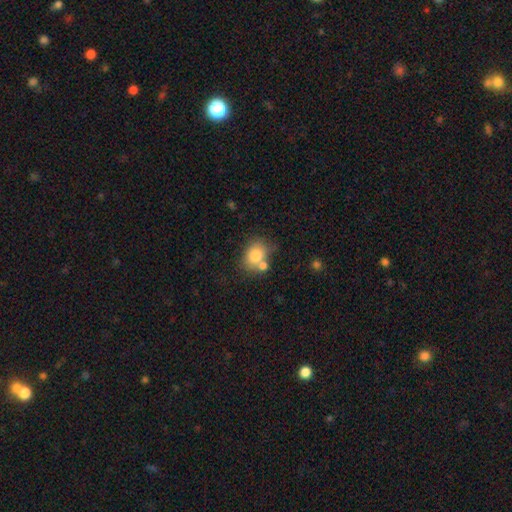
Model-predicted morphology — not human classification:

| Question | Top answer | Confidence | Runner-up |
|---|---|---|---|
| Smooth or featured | smooth | 77% | featured or disk (13%) |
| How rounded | in between | 53% | round (46%) |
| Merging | none | 54% | merger (26%) |